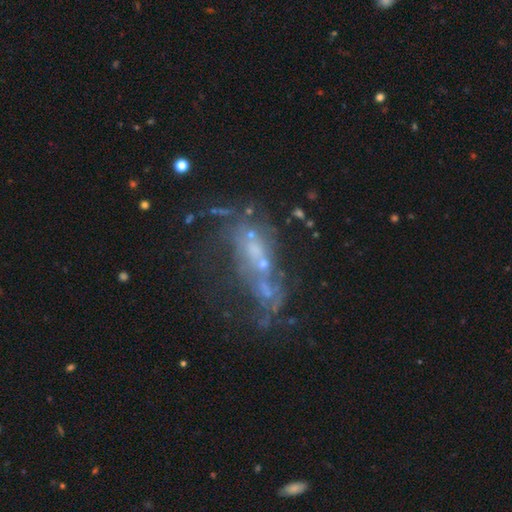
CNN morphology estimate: smooth_or_featured: featured or disk (p=0.61) [alt: star or artifact p=0.21]
disk_edge_on: no (p=0.89) [alt: yes p=0.11]
bar: no (p=0.83) [alt: weak p=0.12]
has_spiral_arms: no (p=0.83) [alt: yes p=0.17]
bulge_size: none (p=0.52) [alt: small p=0.33]
merging: none (p=0.31) [alt: major disturbance p=0.29]